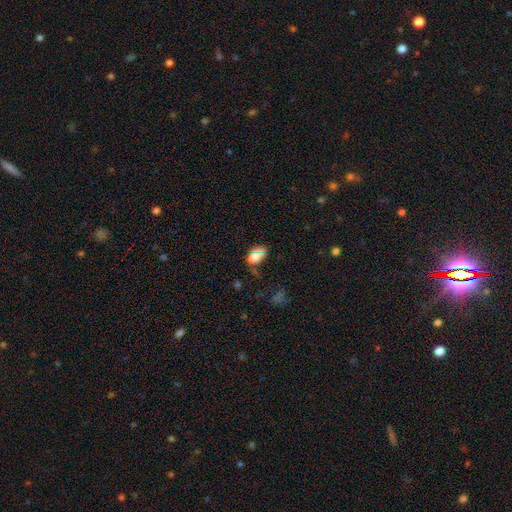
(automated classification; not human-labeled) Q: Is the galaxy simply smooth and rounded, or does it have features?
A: smooth — 68%.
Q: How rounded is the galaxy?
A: in between — 84%.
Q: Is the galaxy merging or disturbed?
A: none — 62%.